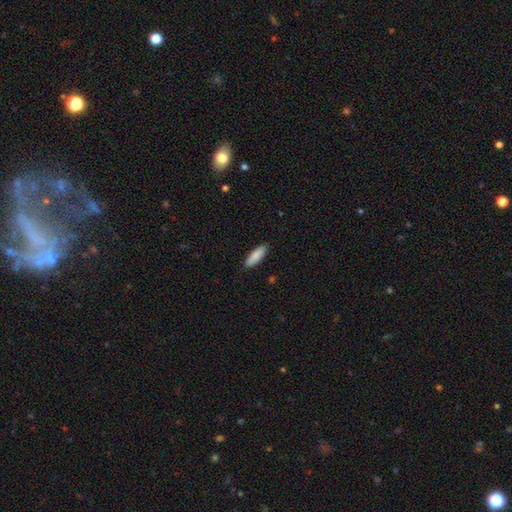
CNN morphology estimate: Overall: smooth (88%). How rounded: in between (53%; cigar-shaped 46%). Merging: none (88%).